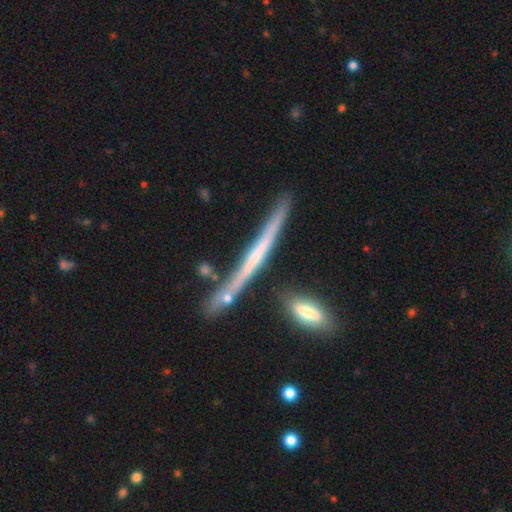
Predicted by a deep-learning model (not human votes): Q: Smooth or featured?
A: featured or disk (63%); runner-up: smooth (30%)
Q: Edge-on disk?
A: yes (96%); runner-up: no (4%)
Q: Edge-on bulge?
A: none (76%); runner-up: rounded (17%)
Q: Merging?
A: none (78%); runner-up: minor disturbance (12%)